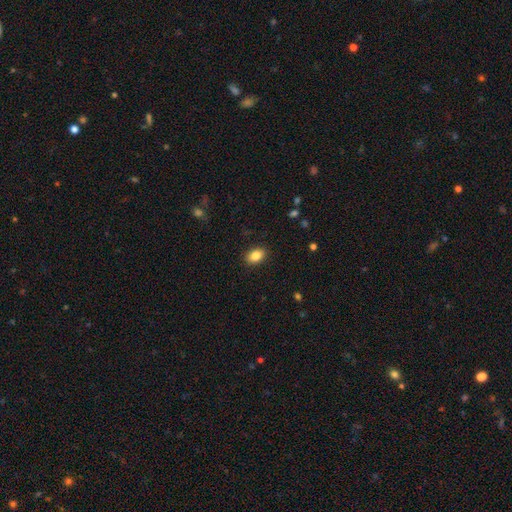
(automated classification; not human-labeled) Smooth or featured? smooth (86%)
How rounded? in between (82%)
Merging? none (89%)